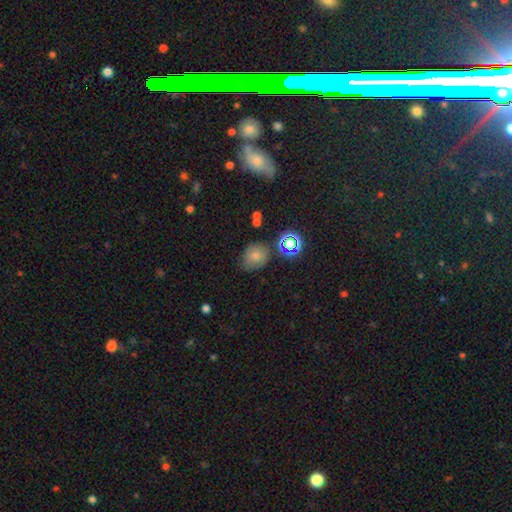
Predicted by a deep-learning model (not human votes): smooth-or-featured: smooth: 69% | star or artifact: 19% | featured or disk: 12%
  how-rounded: round: 64% | in between: 35% | cigar-shaped: 1%
  merging: none: 67% | minor disturbance: 21% | major disturbance: 6% | merger: 6%